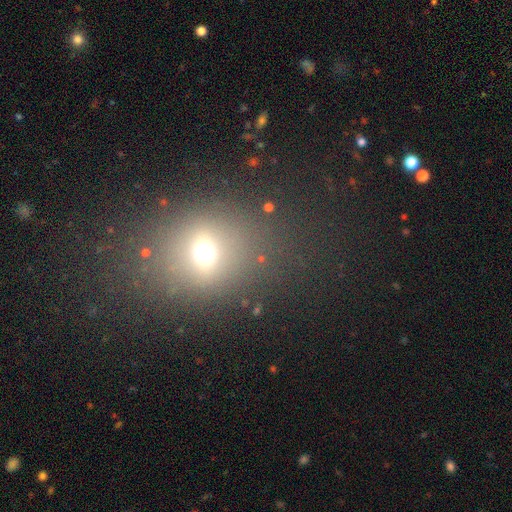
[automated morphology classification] A smooth galaxy with no disk features (57%) that is in between round and cigar-shaped (51%).

Vote fractions:
- Smooth or featured? smooth: 57% / star or artifact: 27% / featured or disk: 16%
- How rounded? in between: 51% / round: 46% / cigar-shaped: 2%
- Merging? none: 79% / minor disturbance: 12% / major disturbance: 7% / merger: 3%